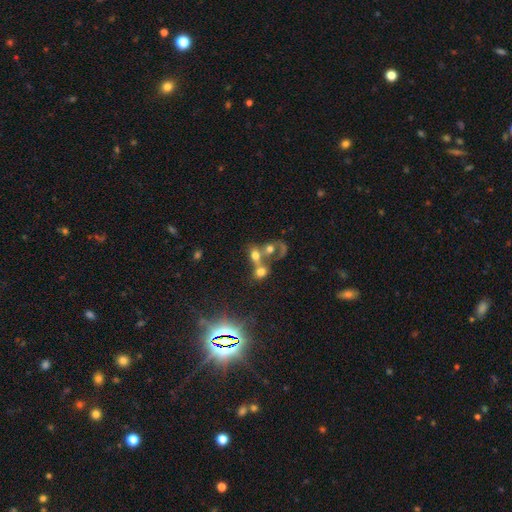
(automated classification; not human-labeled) The model was most divided on "how rounded": round: 49%, in between: 48%, cigar-shaped: 3%. More confident: merging — merger (62%); smooth or featured — smooth (54%).